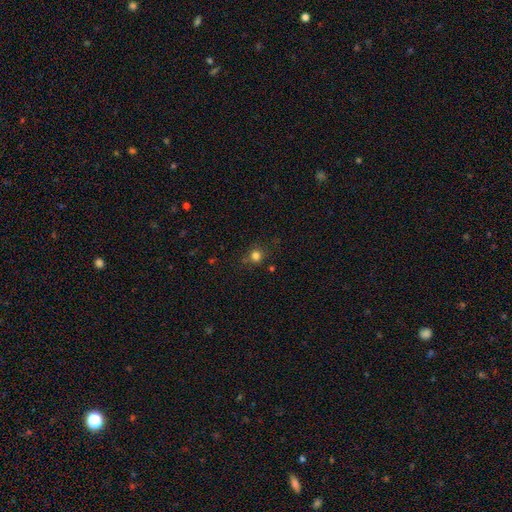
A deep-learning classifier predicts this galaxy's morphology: Smooth or featured? smooth (77%)
How rounded? round (87%)
Merging? none (76%)